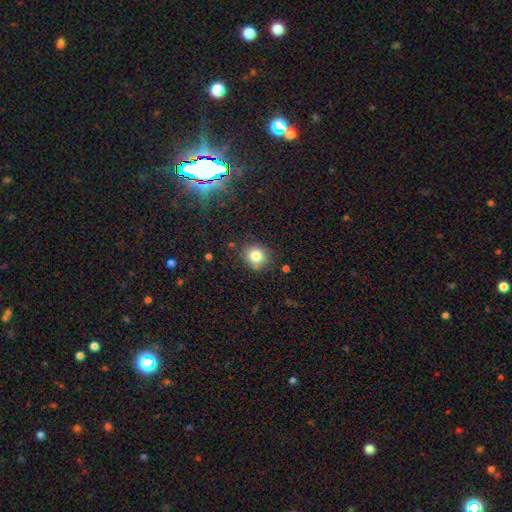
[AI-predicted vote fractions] This is clearly a smooth galaxy (80%). How rounded: clearly round (83%). Merging: likely none (80%).